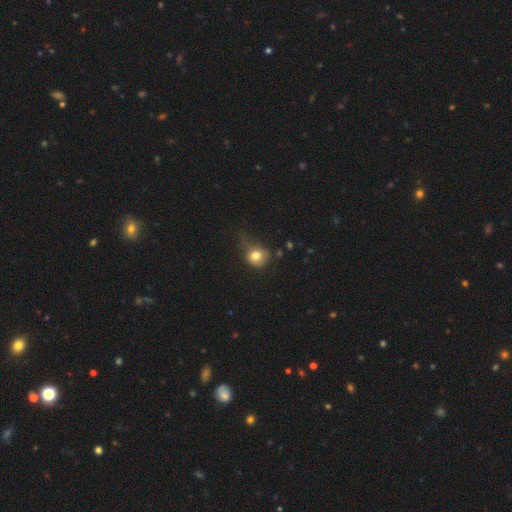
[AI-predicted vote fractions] smooth 77%, featured or disk 11%, star or artifact 11%. Down the decision tree: how rounded — round (74%); merging — none (40%).